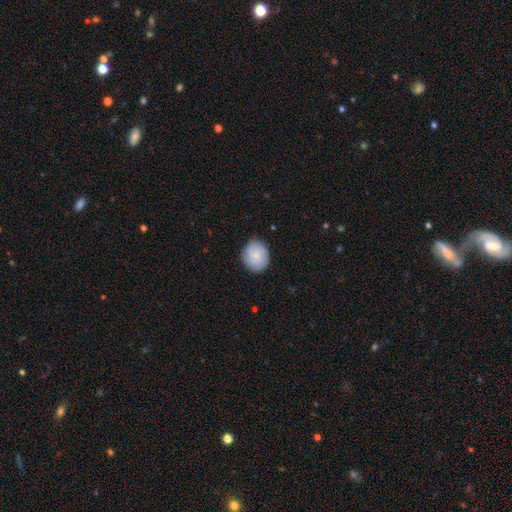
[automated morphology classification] smooth 78%, featured or disk 15%, star or artifact 6%. Down the decision tree: how rounded — round (72%); merging — none (85%).